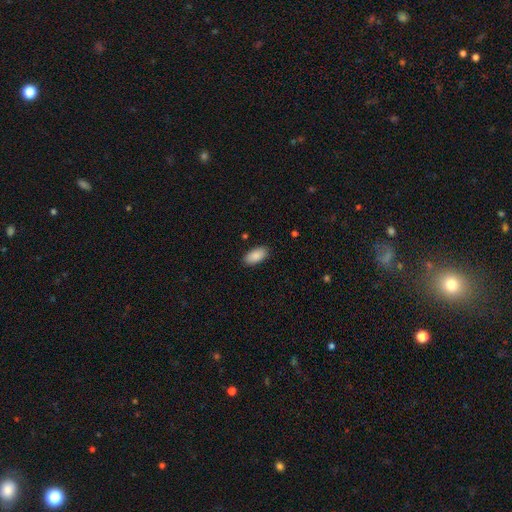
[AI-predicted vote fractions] Overall: smooth (89%). How rounded: in between (94%). Merging: none (89%).